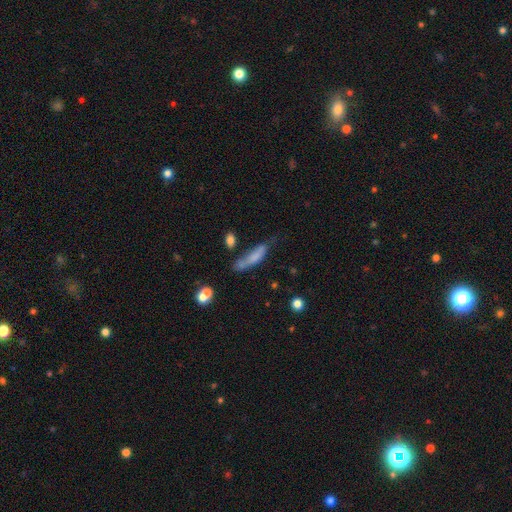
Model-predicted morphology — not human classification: smooth 70%, featured or disk 22%, star or artifact 8%. Down the decision tree: how rounded — cigar-shaped (65%); merging — none (36%).